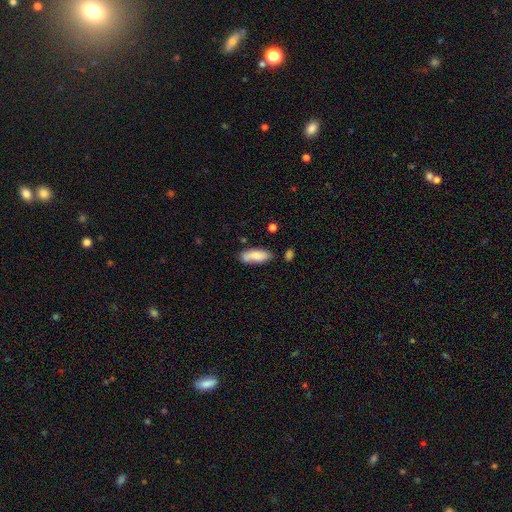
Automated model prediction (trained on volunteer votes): The model was most divided on "how rounded": in between: 69%, cigar-shaped: 29%, round: 2%. More confident: smooth or featured — smooth (82%); merging — none (68%).